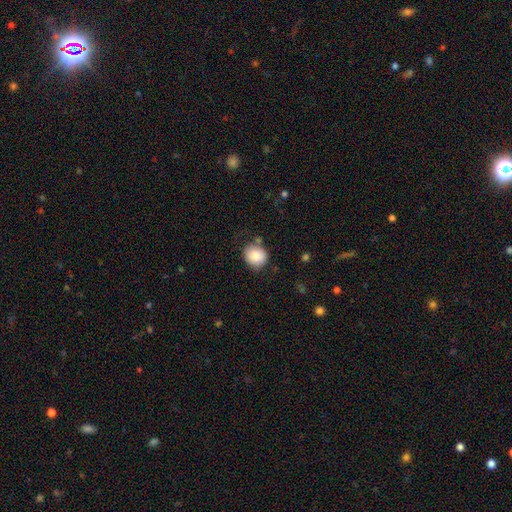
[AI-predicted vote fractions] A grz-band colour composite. It shows a smooth galaxy with no disk features (81%) that is round (82%). Merging: none (76%).